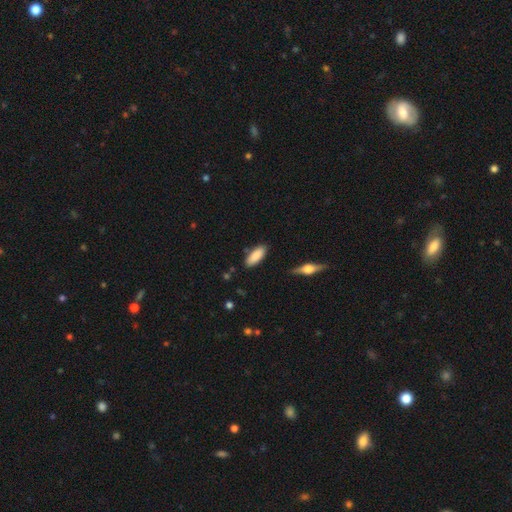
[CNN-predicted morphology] Smooth or featured?
  - smooth: 86% *
  - featured or disk: 8%
  - star or artifact: 6%
How rounded?
  - in between: 75% *
  - cigar-shaped: 23%
  - round: 2%
Merging?
  - none: 83% *
  - minor disturbance: 12%
  - merger: 3%
  - major disturbance: 2%